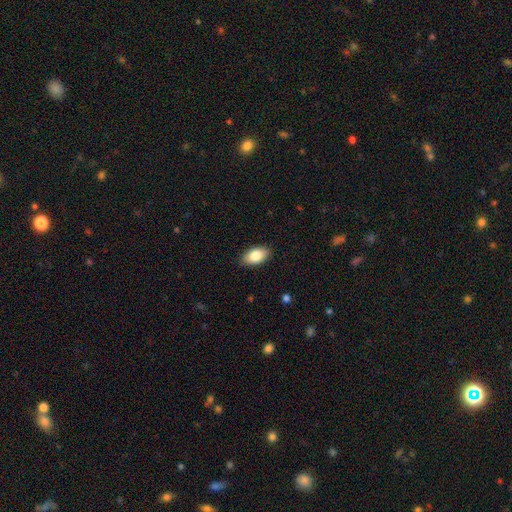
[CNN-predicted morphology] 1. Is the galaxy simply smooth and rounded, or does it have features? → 84% smooth, 9% featured or disk, 7% star or artifact.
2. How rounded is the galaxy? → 93% in between, 5% round, 2% cigar-shaped.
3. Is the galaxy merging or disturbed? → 88% none, 9% minor disturbance, 2% major disturbance, 1% merger.